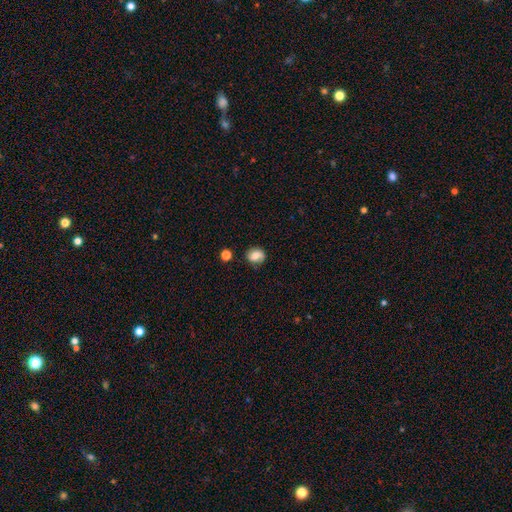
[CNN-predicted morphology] This is likely a smooth galaxy (68%). How rounded: likely round (66%). Merging: likely none (73%).